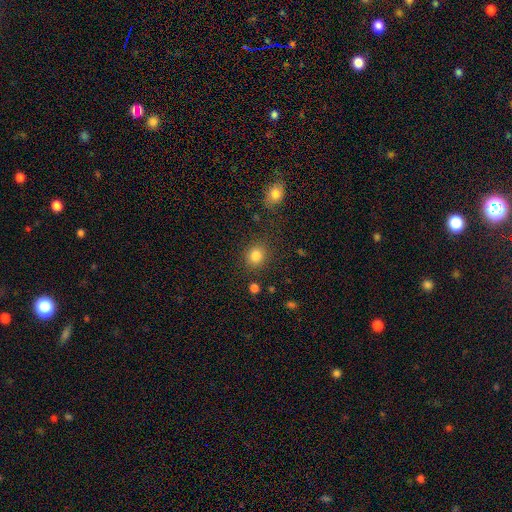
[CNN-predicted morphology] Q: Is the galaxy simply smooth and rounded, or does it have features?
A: smooth — 84%.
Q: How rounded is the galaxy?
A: round — 77%.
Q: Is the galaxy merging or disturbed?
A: none — 84%.